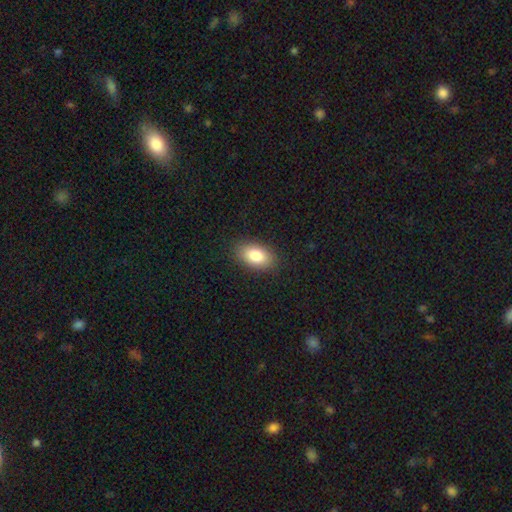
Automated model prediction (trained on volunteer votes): Morphology: type=smooth (84%); roundness=in between (92%); merging=none (87%).